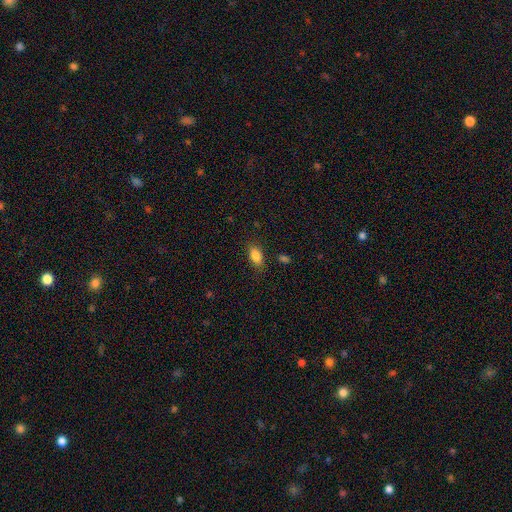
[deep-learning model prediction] Smooth or featured? smooth (85%)
How rounded? in between (88%)
Merging? none (83%)